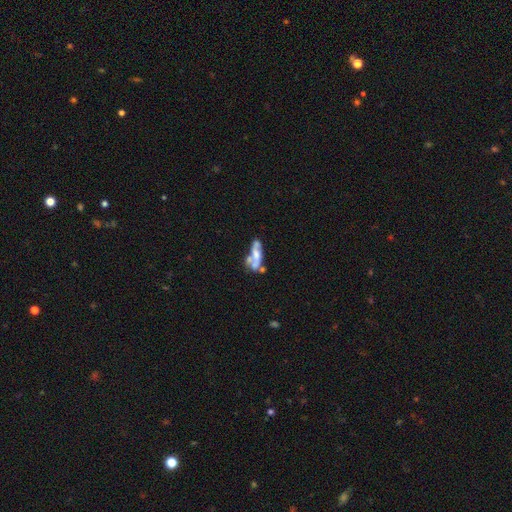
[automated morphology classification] This is possibly a featured or disk galaxy (59%). It is clearly not viewed edge-on (89%). Bar: likely no (79%). Spiral arm pattern: likely no (73%). Central bulge: marginally none (36%). Merging: marginally merger (42%).